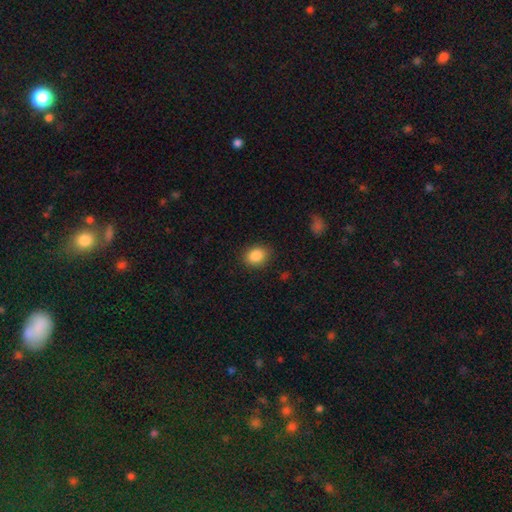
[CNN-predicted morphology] smooth-or-featured: smooth: 87% | star or artifact: 9% | featured or disk: 4%
  how-rounded: in between: 53% | round: 46% | cigar-shaped: 1%
  merging: none: 86% | minor disturbance: 10% | major disturbance: 3% | merger: 1%